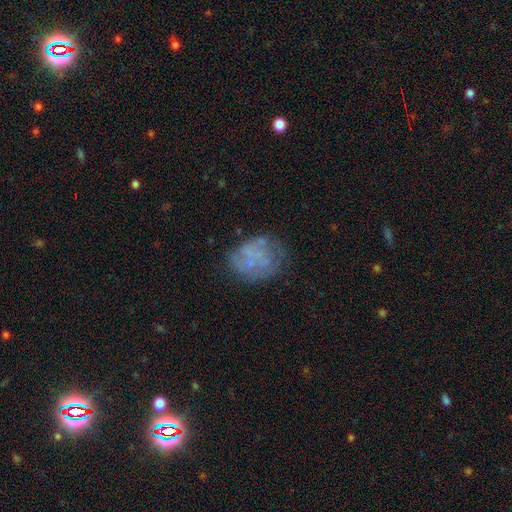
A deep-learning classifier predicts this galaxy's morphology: smooth_or_featured: featured or disk (p=0.44) [alt: smooth p=0.43]
merging: none (p=0.58) [alt: minor disturbance p=0.24]